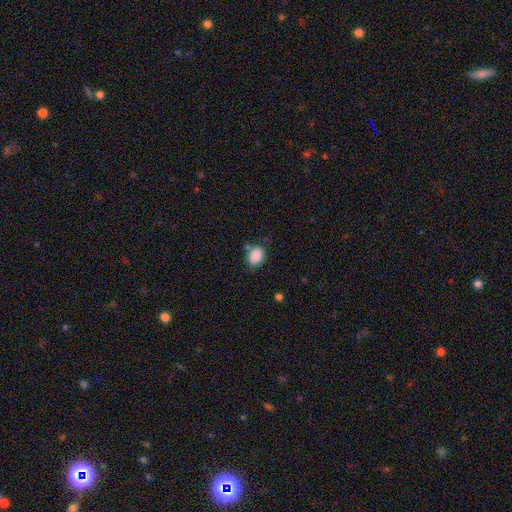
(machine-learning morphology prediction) Q: Smooth or featured?
A: smooth (88%); runner-up: star or artifact (8%)
Q: How rounded?
A: in between (68%); runner-up: round (31%)
Q: Merging?
A: none (69%); runner-up: minor disturbance (18%)